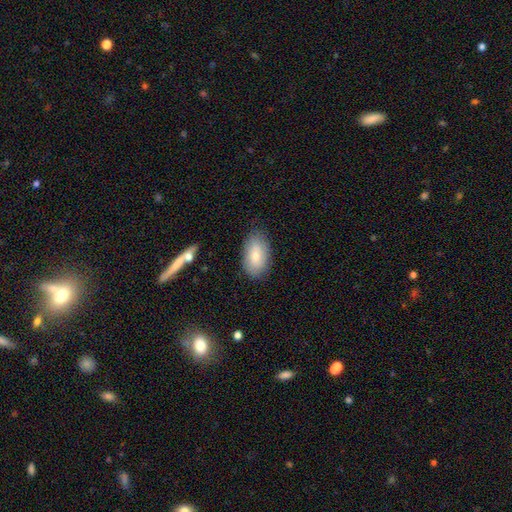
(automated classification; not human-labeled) Q: Smooth or featured?
A: smooth (77%); runner-up: featured or disk (17%)
Q: How rounded?
A: in between (94%); runner-up: round (4%)
Q: Merging?
A: none (82%); runner-up: minor disturbance (14%)